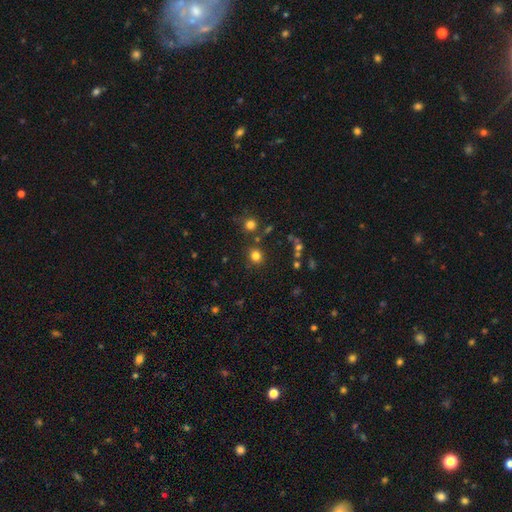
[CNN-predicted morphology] Smooth or featured: smooth — 79% (star or artifact — 16%)
How rounded: round — 85% (in between — 14%)
Merging: none — 83% (minor disturbance — 8%)